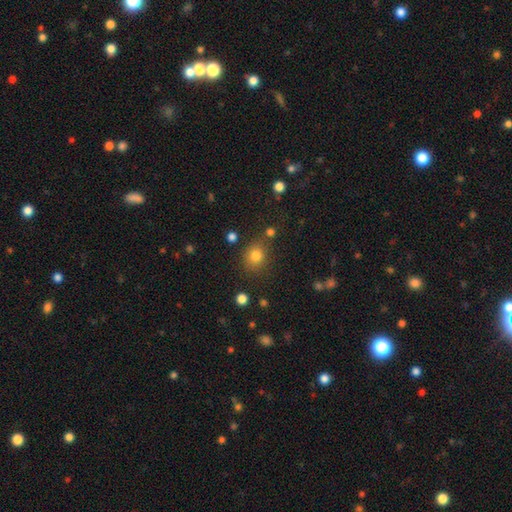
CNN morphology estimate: smooth 80%, star or artifact 14%, featured or disk 6%. Down the decision tree: how rounded — round (76%); merging — none (76%).